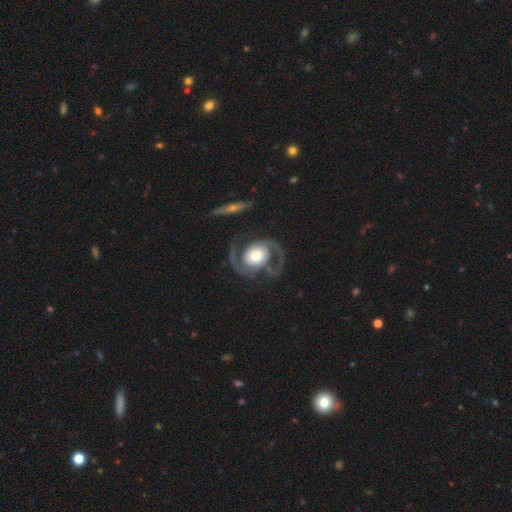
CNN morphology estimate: smooth_or_featured: featured or disk (p=0.89) [alt: smooth p=0.07]
disk_edge_on: no (p=0.98) [alt: yes p=0.02]
bar: no (p=0.68) [alt: weak p=0.22]
has_spiral_arms: yes (p=0.96) [alt: no p=0.04]
spiral_winding: medium (p=0.55) [alt: tight p=0.24]
spiral_arm_count: 2 (p=0.93) [alt: 1 p=0.02]
bulge_size: large (p=0.44) [alt: moderate p=0.37]
merging: none (p=0.74) [alt: minor disturbance p=0.14]